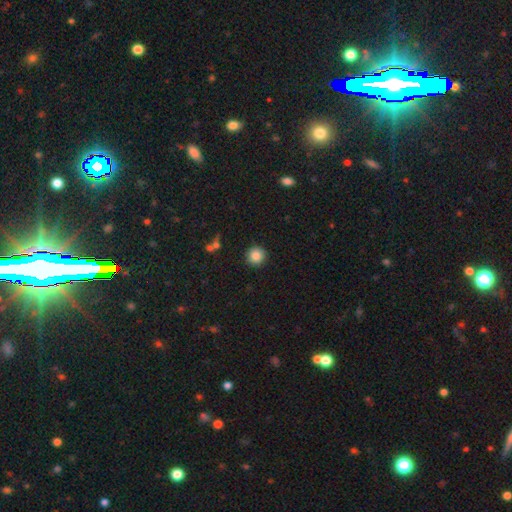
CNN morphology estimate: Smooth or featured?
  - smooth: 86% *
  - star or artifact: 10%
  - featured or disk: 5%
How rounded?
  - round: 95% *
  - in between: 4%
  - cigar-shaped: 1%
Merging?
  - none: 91% *
  - minor disturbance: 5%
  - major disturbance: 2%
  - merger: 2%